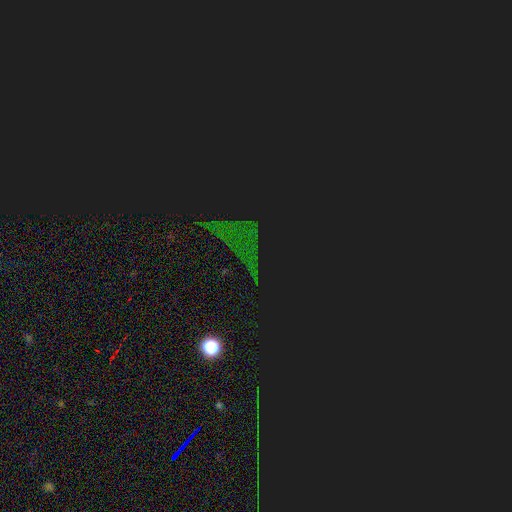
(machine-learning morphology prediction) A star or artifact, not a galaxy (82%).